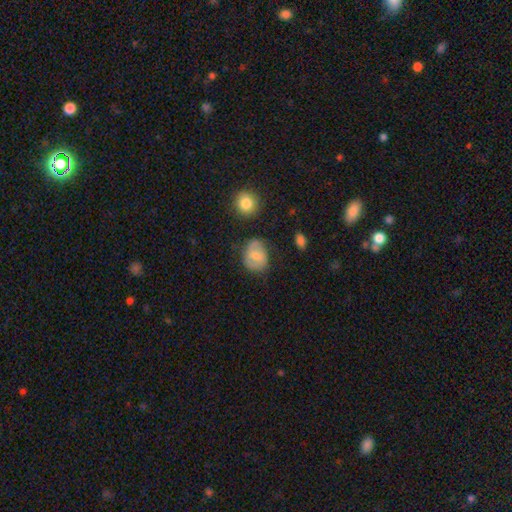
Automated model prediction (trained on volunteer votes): This appears to be a smooth galaxy with no disk features (67%) that is in between round and cigar-shaped (57%). Merging: none (65%).